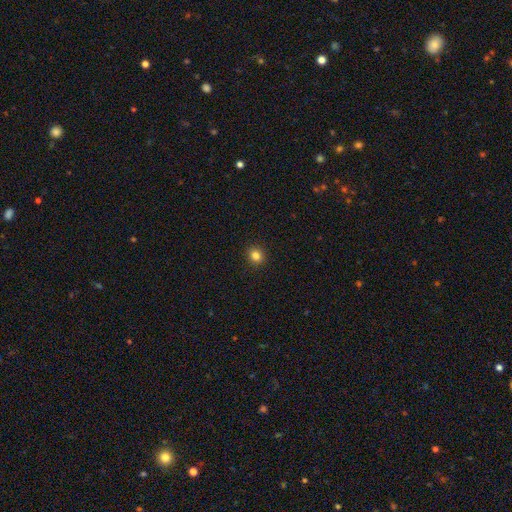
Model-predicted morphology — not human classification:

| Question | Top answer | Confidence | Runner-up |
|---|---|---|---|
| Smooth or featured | smooth | 83% | star or artifact (12%) |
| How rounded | round | 83% | in between (16%) |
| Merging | none | 92% | minor disturbance (5%) |